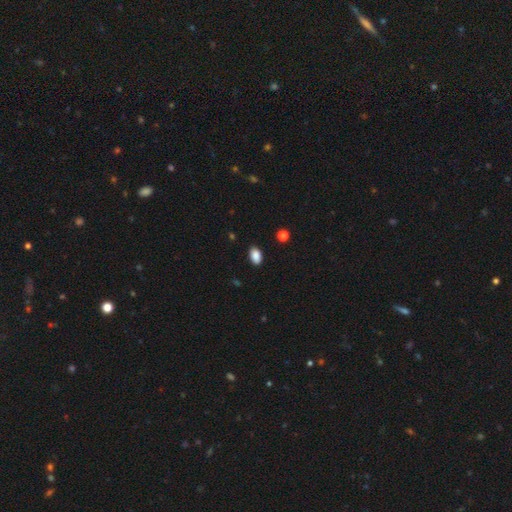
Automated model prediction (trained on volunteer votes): A smooth galaxy with no disk features (88%) that is in between round and cigar-shaped (90%). Merging: none (87%).